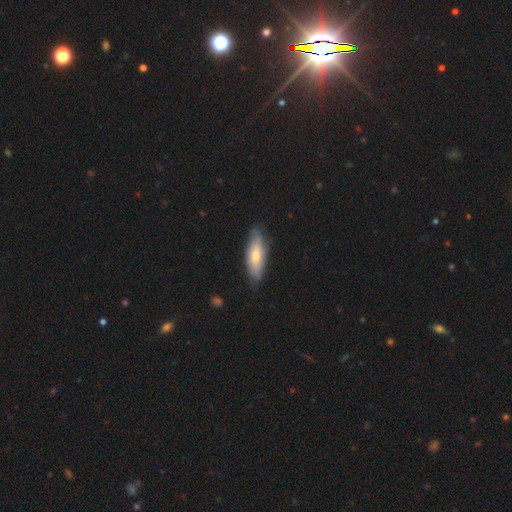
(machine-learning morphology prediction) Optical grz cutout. It shows a smooth galaxy with no disk features (64%) that is in between round and cigar-shaped (60%). Merging: none (73%).